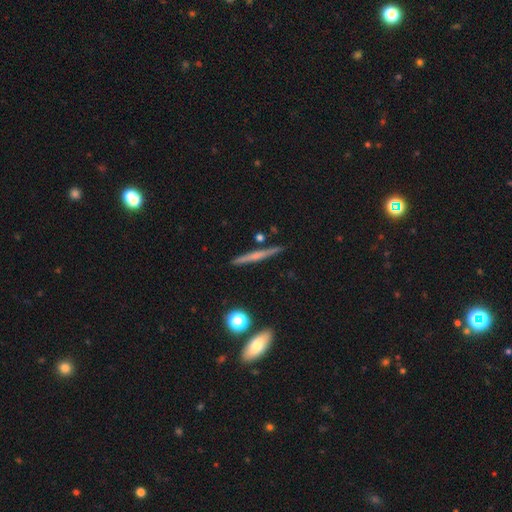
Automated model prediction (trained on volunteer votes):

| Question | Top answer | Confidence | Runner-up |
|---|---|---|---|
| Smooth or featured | featured or disk | 57% | smooth (36%) |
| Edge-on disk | yes | 97% | no (3%) |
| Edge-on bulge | rounded | 47% | none (44%) |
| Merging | none | 88% | minor disturbance (7%) |